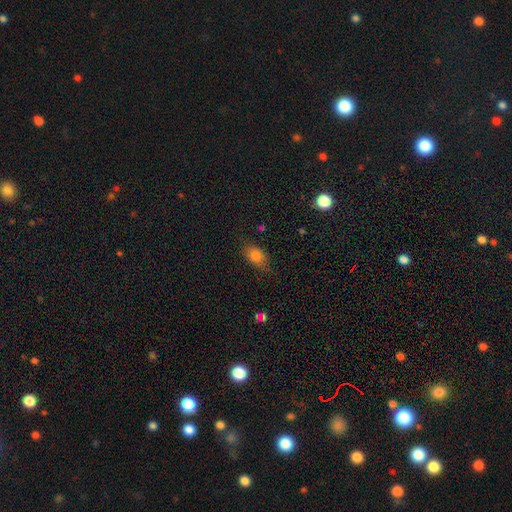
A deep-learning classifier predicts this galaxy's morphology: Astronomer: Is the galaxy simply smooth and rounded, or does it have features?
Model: smooth — 78%.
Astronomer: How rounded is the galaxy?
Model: in between — 80%.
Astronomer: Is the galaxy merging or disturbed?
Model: none — 75%.